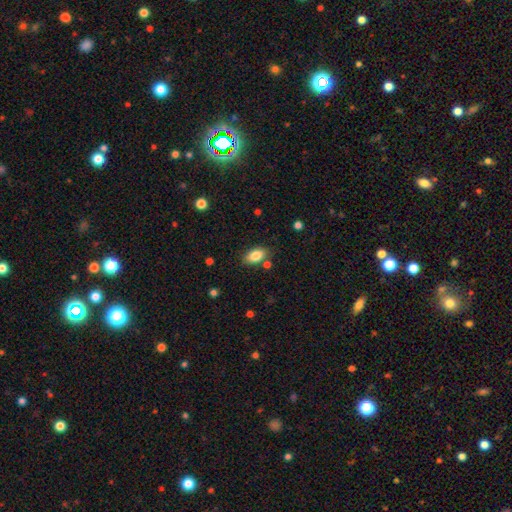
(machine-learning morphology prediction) smooth_or_featured: smooth (p=0.84) [alt: star or artifact p=0.08]
how_rounded: in between (p=0.91) [alt: round p=0.06]
merging: none (p=0.79) [alt: minor disturbance p=0.12]